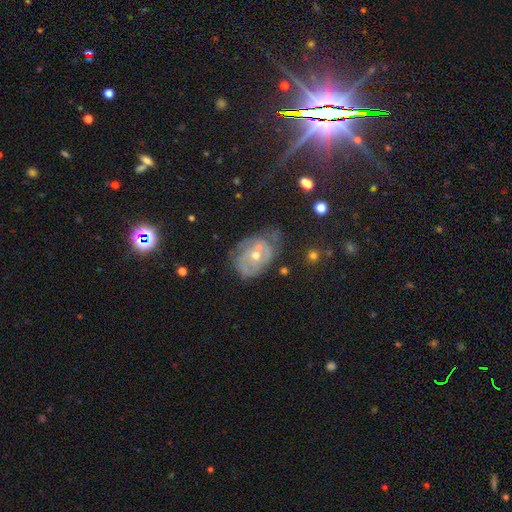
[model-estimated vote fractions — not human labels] featured or disk 65%, smooth 21%, star or artifact 15%. Down the decision tree: edge-on disk — no (96%); bar — no (77%); spiral arms — yes (72%); bulge size — moderate (54%); merging — none (50%).